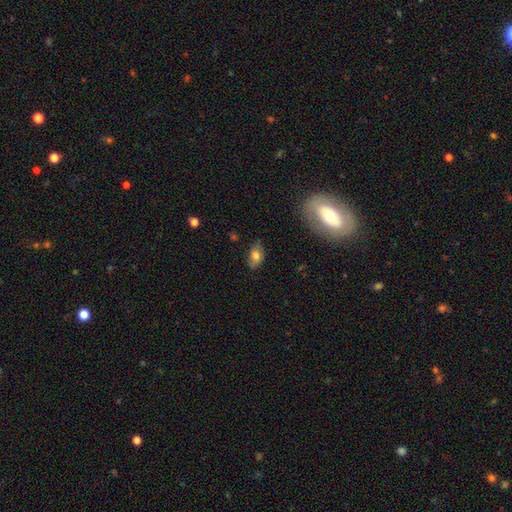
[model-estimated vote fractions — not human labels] smooth 75%, featured or disk 16%, star or artifact 9%. Down the decision tree: how rounded — in between (89%); merging — none (77%).